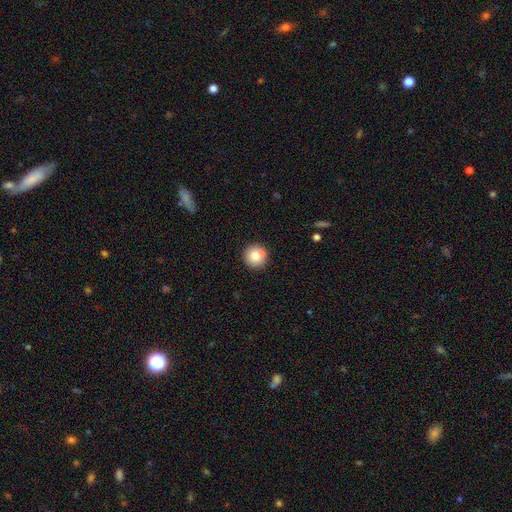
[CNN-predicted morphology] type=smooth (78%); roundness=round (95%); merging=none (78%).